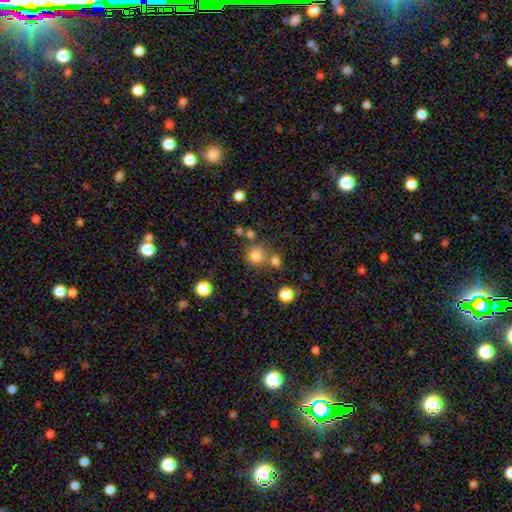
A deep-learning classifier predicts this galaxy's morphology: A smooth galaxy with no disk features (79%) that is round (89%).

Vote fractions:
- Smooth or featured? smooth: 79% / star or artifact: 14% / featured or disk: 7%
- How rounded? round: 89% / in between: 10% / cigar-shaped: 1%
- Merging? none: 66% / merger: 20% / minor disturbance: 10% / major disturbance: 4%